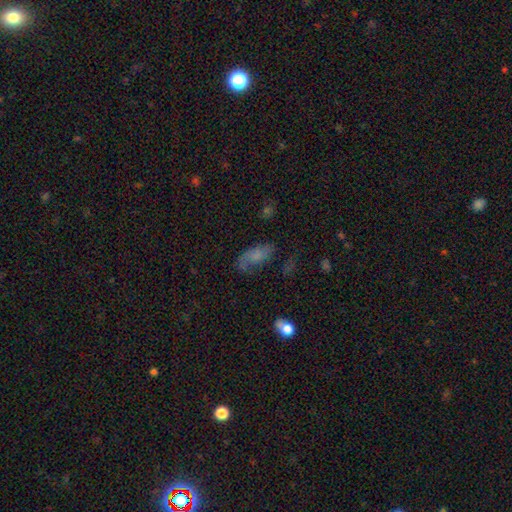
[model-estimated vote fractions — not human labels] The model was most divided on "merging": none: 55%, minor disturbance: 27%, major disturbance: 15%, merger: 3%. More confident: how rounded — in between (83%); smooth or featured — smooth (59%).